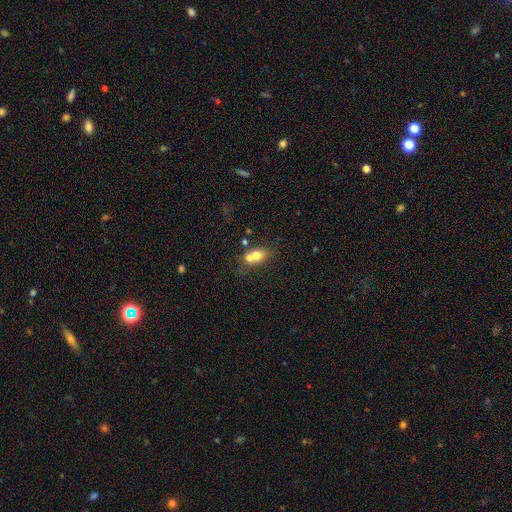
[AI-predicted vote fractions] smooth_or_featured: smooth (p=0.68) [alt: featured or disk p=0.21]
how_rounded: in between (p=0.57) [alt: round p=0.40]
merging: merger (p=0.52) [alt: none p=0.33]